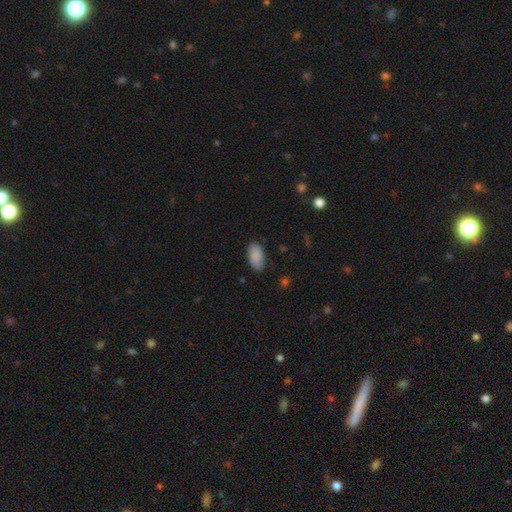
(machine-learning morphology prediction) This is clearly a smooth galaxy (89%). How rounded: clearly in between (95%). Merging: clearly none (85%).